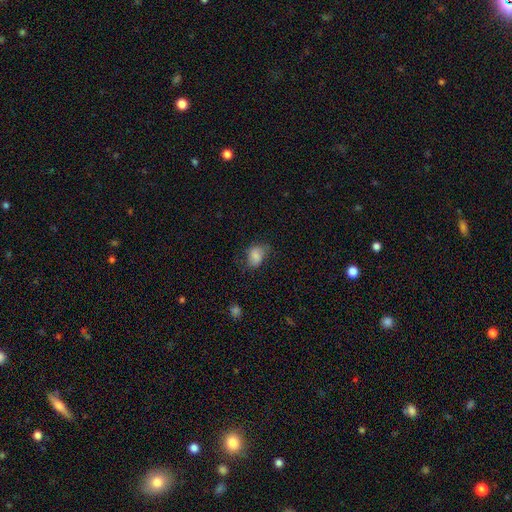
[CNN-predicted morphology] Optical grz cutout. It shows a smooth galaxy with no disk features (80%) that is in between round and cigar-shaped (68%). Merging: none (57%).